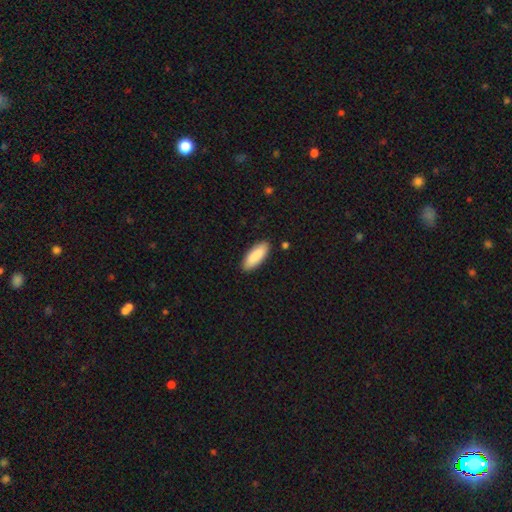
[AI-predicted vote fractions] A smooth galaxy with no disk features (89%) that is in between round and cigar-shaped (72%).

Vote fractions:
- Smooth or featured? smooth: 89% / featured or disk: 6% / star or artifact: 5%
- How rounded? in between: 72% / cigar-shaped: 27% / round: 2%
- Merging? none: 89% / minor disturbance: 8% / major disturbance: 2% / merger: 1%